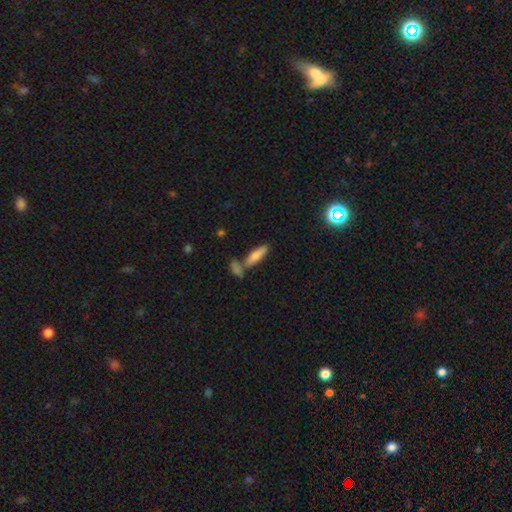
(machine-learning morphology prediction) The model was most divided on "how rounded": cigar-shaped: 58%, in between: 40%, round: 2%. More confident: smooth or featured — smooth (76%); merging — none (59%).